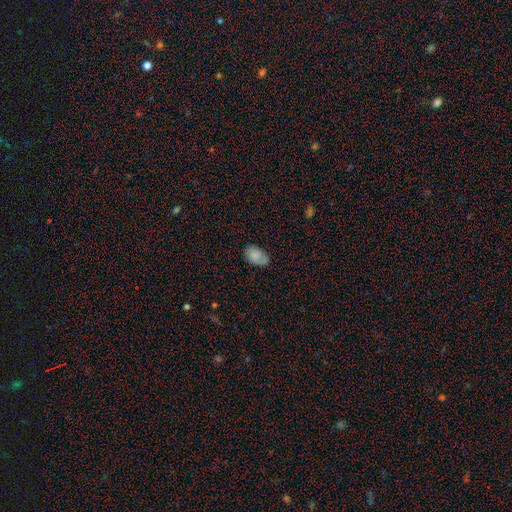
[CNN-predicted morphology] Smooth or featured: smooth — 74% (featured or disk — 17%)
How rounded: in between — 86% (round — 13%)
Merging: none — 66% (minor disturbance — 24%)